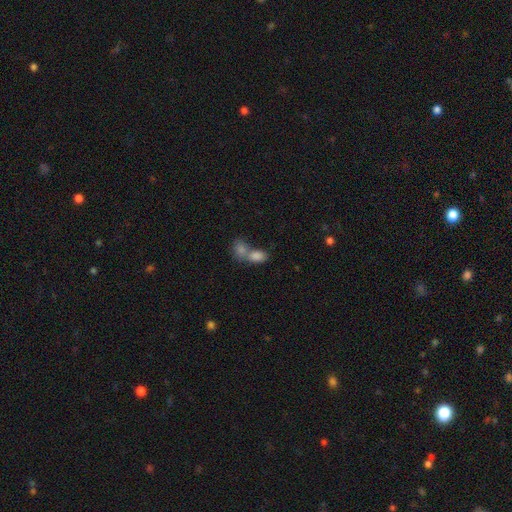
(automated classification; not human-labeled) Smooth or featured?
  - smooth: 83% *
  - star or artifact: 9%
  - featured or disk: 8%
How rounded?
  - in between: 85% *
  - round: 13%
  - cigar-shaped: 2%
Merging?
  - merger: 64% *
  - none: 26%
  - minor disturbance: 7%
  - major disturbance: 4%